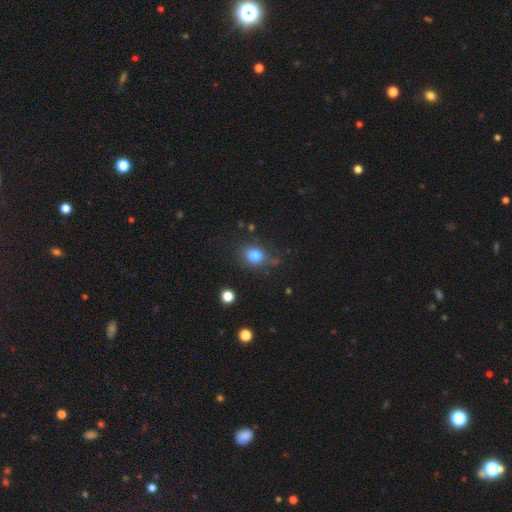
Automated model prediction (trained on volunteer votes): smooth-or-featured: smooth: 80% | star or artifact: 12% | featured or disk: 8%
  how-rounded: round: 55% | in between: 44% | cigar-shaped: 1%
  merging: none: 70% | minor disturbance: 20% | major disturbance: 6% | merger: 4%